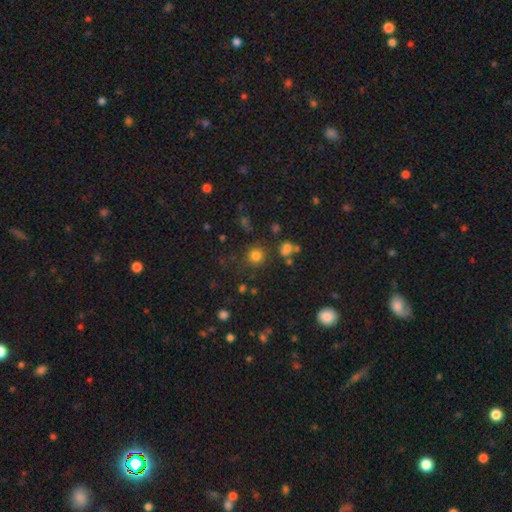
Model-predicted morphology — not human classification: This is likely a smooth galaxy (78%). How rounded: clearly round (91%). Merging: clearly none (80%).